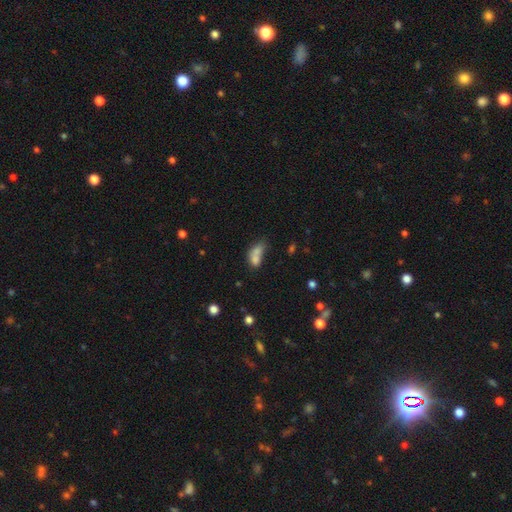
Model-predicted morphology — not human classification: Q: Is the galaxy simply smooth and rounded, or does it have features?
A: smooth — 72%.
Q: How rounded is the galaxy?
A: in between — 74%.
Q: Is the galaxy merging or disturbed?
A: merger — 60%.